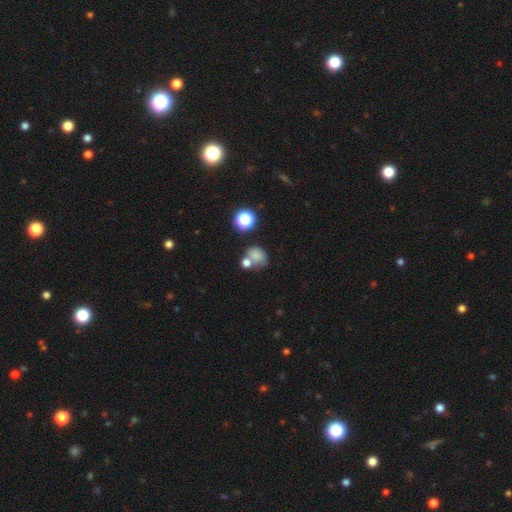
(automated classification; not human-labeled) Morphology: type=smooth (73%); roundness=round (53%); merging=none (42%).